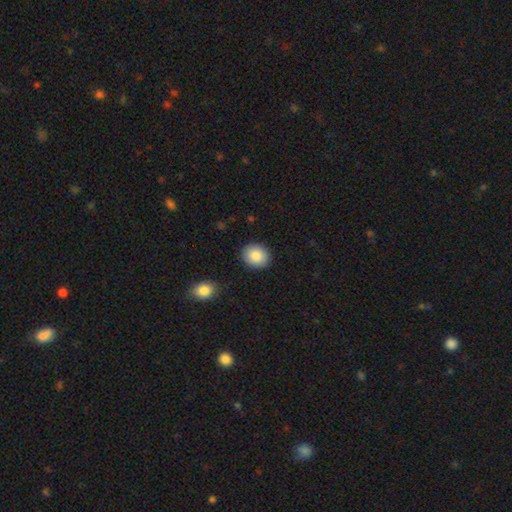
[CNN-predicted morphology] Q: Smooth or featured?
A: smooth (87%); runner-up: star or artifact (7%)
Q: How rounded?
A: round (61%); runner-up: in between (38%)
Q: Merging?
A: none (89%); runner-up: minor disturbance (7%)